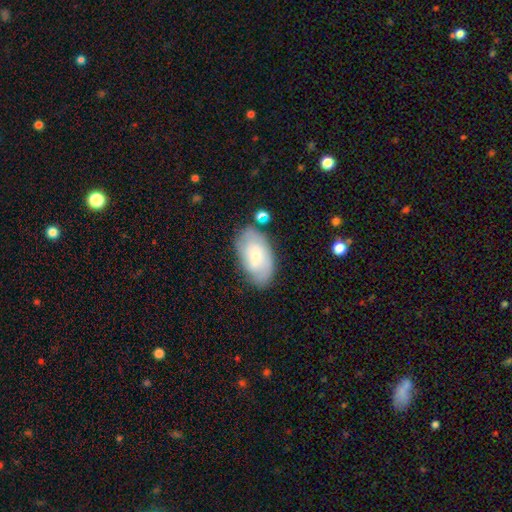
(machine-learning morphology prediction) smooth_or_featured: smooth (p=0.48) [alt: featured or disk p=0.45]
merging: none (p=0.70) [alt: minor disturbance p=0.20]